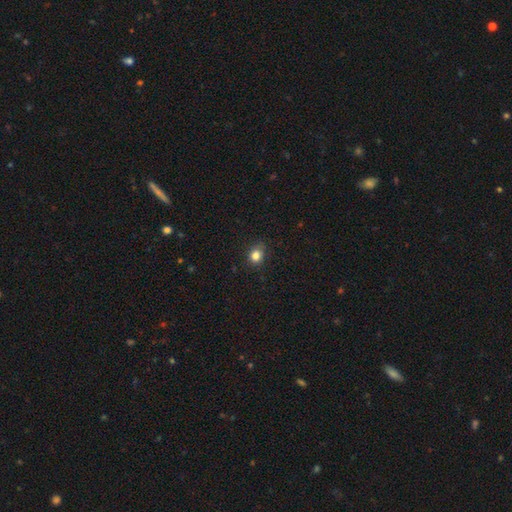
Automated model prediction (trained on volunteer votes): smooth-or-featured: smooth: 83% | star or artifact: 12% | featured or disk: 5%
  how-rounded: round: 66% | in between: 33% | cigar-shaped: 1%
  merging: none: 81% | minor disturbance: 15% | major disturbance: 3% | merger: 1%